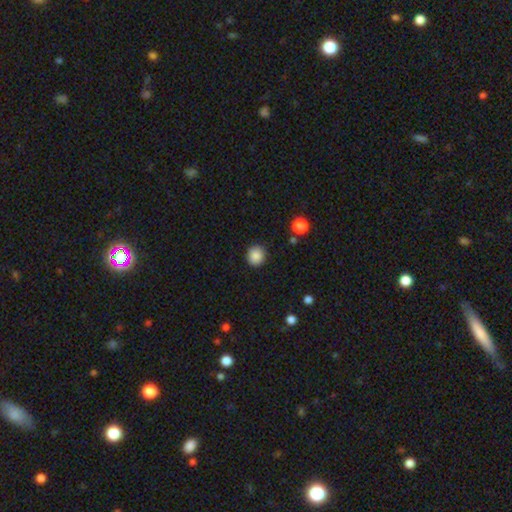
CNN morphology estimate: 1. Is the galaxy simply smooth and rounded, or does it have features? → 87% smooth, 9% star or artifact, 3% featured or disk.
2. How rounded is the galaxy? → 90% round, 9% in between, 1% cigar-shaped.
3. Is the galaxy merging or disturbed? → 89% none, 7% minor disturbance, 2% major disturbance, 1% merger.